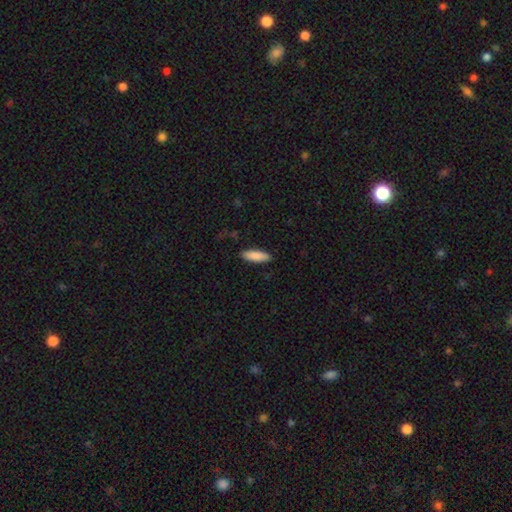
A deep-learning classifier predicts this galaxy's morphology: This appears to be a smooth galaxy with no disk features (88%) that is in between round and cigar-shaped (50%). Merging: none (88%).